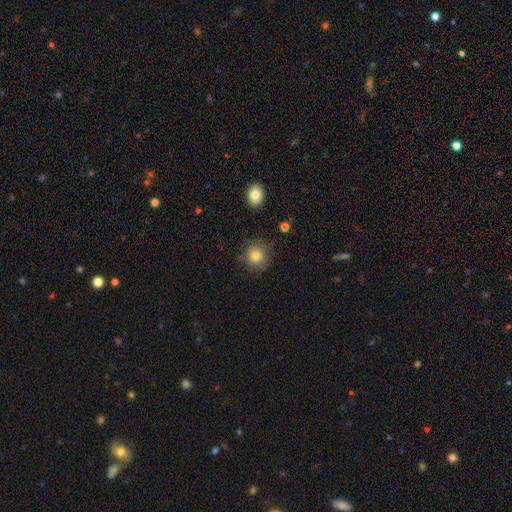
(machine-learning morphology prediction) Smooth or featured? Predicted: smooth (p=0.80). How rounded? Predicted: round (p=0.91). Merging? Predicted: none (p=0.80).